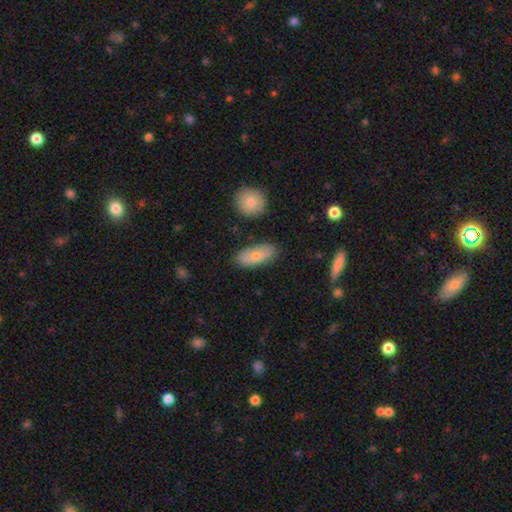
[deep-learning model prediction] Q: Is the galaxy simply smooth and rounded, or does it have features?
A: smooth — 73%.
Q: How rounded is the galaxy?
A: in between — 86%.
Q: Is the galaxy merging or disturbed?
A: none — 79%.